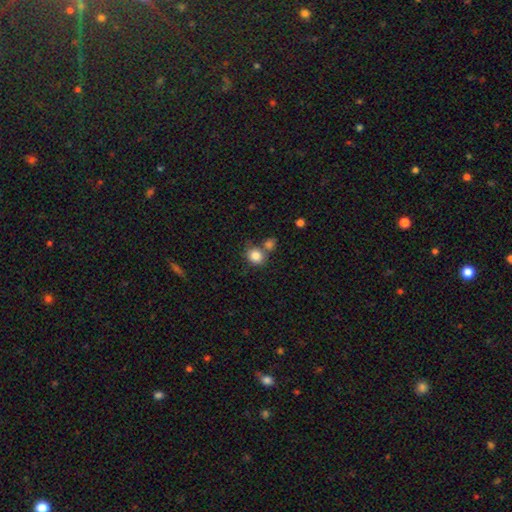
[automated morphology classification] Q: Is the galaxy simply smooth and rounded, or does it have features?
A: smooth — 84%.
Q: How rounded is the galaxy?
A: round — 74%.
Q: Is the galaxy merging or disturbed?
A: none — 59%.